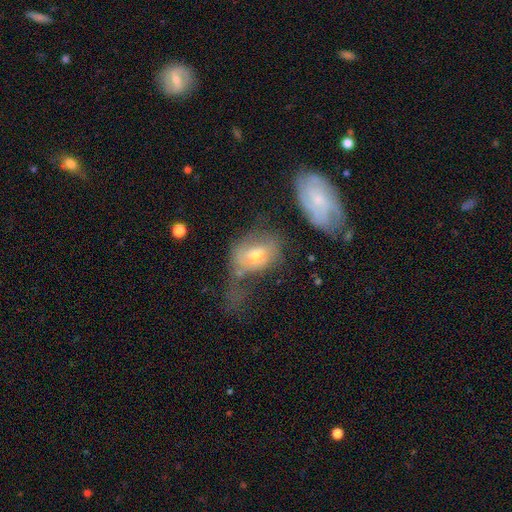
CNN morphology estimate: featured or disk 46%, smooth 45%, star or artifact 9%. Down the decision tree: merging — major disturbance (36%).